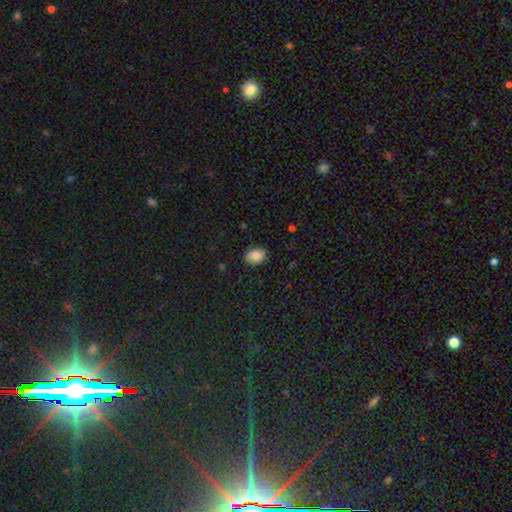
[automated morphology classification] Q: Smooth or featured?
A: smooth (86%); runner-up: star or artifact (8%)
Q: How rounded?
A: in between (70%); runner-up: round (29%)
Q: Merging?
A: none (85%); runner-up: minor disturbance (11%)